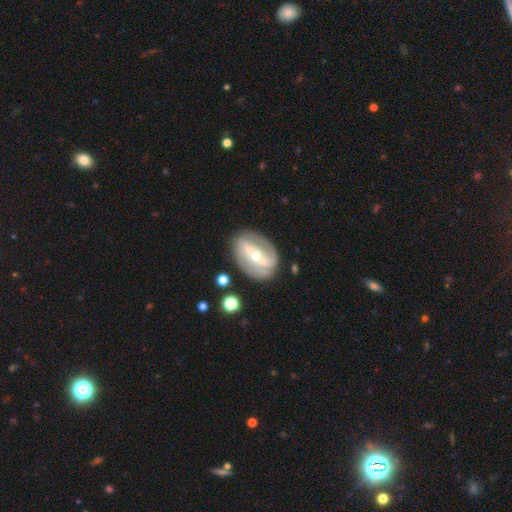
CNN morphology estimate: A featured or disk galaxy (81%) with a strong bar (60%), 2 (77%) medium (38%) spiral arms (84%) and a moderate central bulge (51%).

Vote fractions:
- Smooth or featured? featured or disk: 81% / smooth: 13% / star or artifact: 5%
- Edge-on disk? no: 94% / yes: 6%
- Bar? strong: 60% / weak: 25% / no: 15%
- Spiral arms? yes: 84% / no: 16%
- Spiral winding? medium: 38% / tight: 37% / loose: 25%
- Spiral arm count? 2: 77% / can't tell: 11% / 3: 4% / 1: 4% / 4: 1% / more than 4: 1%
- Bulge size? moderate: 51% / small: 46% / large: 2% / none: 1% / dominant: 1%
- Merging? none: 78% / minor disturbance: 15% / major disturbance: 6% / merger: 2%